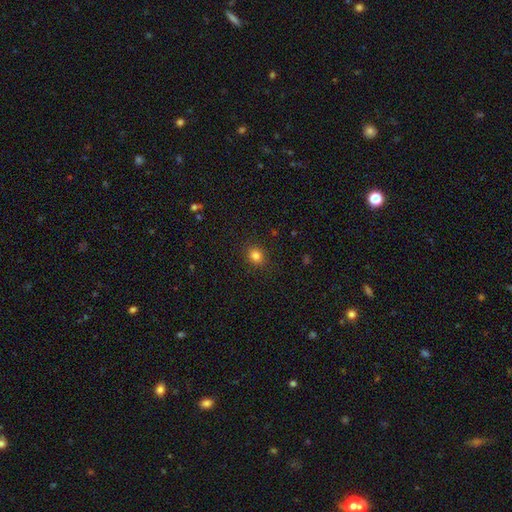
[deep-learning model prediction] This is clearly a smooth galaxy (83%). How rounded: likely round (71%). Merging: clearly none (89%).